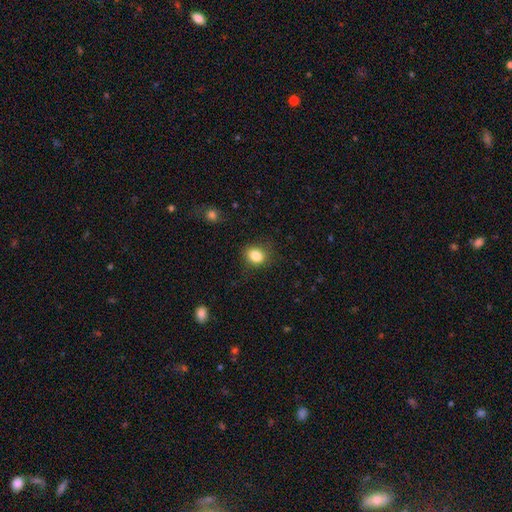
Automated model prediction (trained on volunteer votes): A smooth galaxy with no disk features (84%) that is round (52%).

Vote fractions:
- Smooth or featured? smooth: 84% / star or artifact: 10% / featured or disk: 6%
- How rounded? round: 52% / in between: 47% / cigar-shaped: 1%
- Merging? none: 82% / minor disturbance: 13% / major disturbance: 4% / merger: 1%